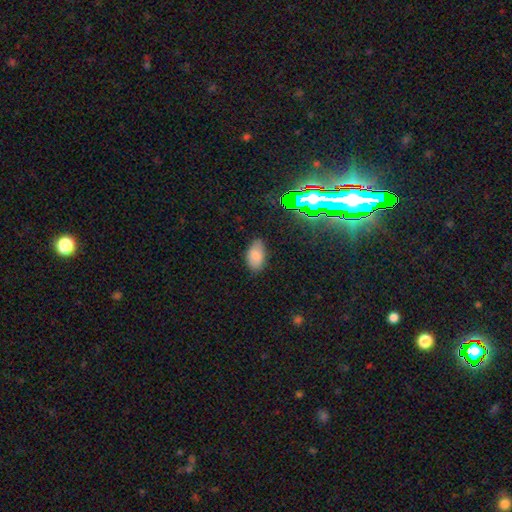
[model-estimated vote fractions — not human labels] Q: Smooth or featured?
A: smooth (81%); runner-up: star or artifact (11%)
Q: How rounded?
A: in between (94%); runner-up: round (5%)
Q: Merging?
A: none (79%); runner-up: minor disturbance (17%)